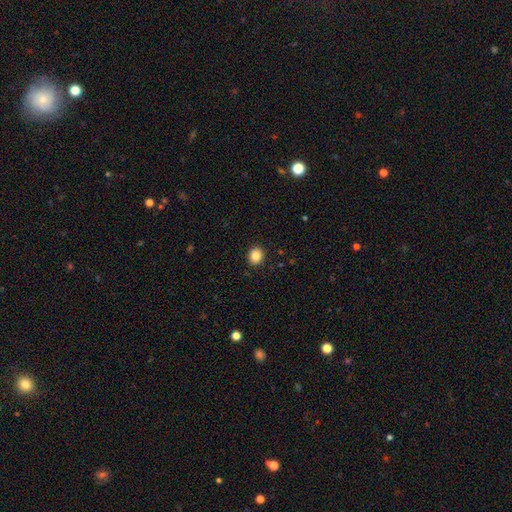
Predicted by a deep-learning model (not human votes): Smooth or featured? Predicted: smooth (p=0.86). How rounded? Predicted: round (p=0.76). Merging? Predicted: none (p=0.92).